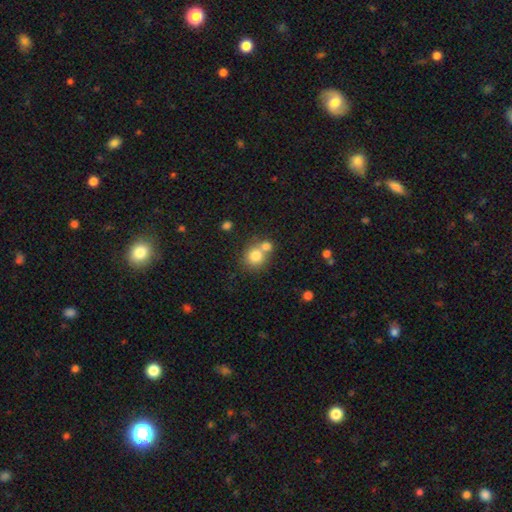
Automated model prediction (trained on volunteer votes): The model was most divided on "merging": none: 49%, merger: 41%, minor disturbance: 8%, major disturbance: 3%. More confident: how rounded — round (85%); smooth or featured — smooth (79%).